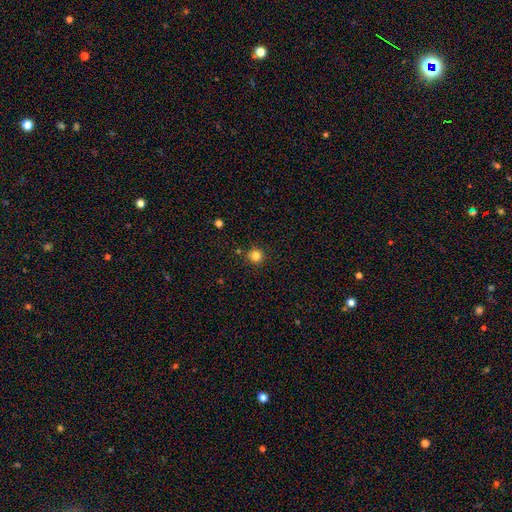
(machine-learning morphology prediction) The model was most divided on "smooth or featured": smooth: 82%, star or artifact: 13%, featured or disk: 5%. More confident: how rounded — round (95%); merging — none (89%).